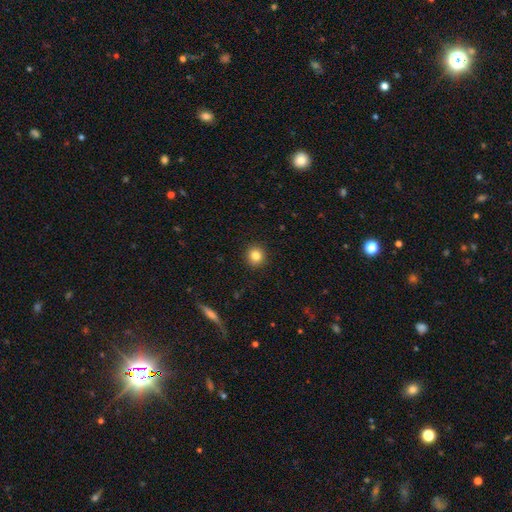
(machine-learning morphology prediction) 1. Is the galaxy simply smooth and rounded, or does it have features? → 83% smooth, 11% star or artifact, 6% featured or disk.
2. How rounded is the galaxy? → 92% round, 7% in between, 1% cigar-shaped.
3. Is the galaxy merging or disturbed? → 92% none, 5% minor disturbance, 2% major disturbance, 1% merger.